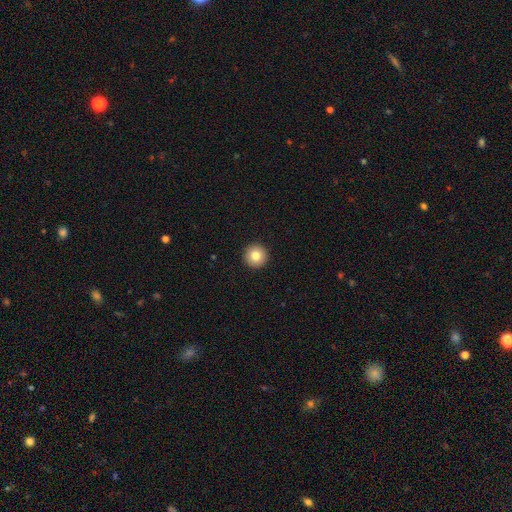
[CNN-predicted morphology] Q: Smooth or featured?
A: smooth (82%); runner-up: star or artifact (10%)
Q: How rounded?
A: round (96%); runner-up: in between (3%)
Q: Merging?
A: none (94%); runner-up: minor disturbance (4%)